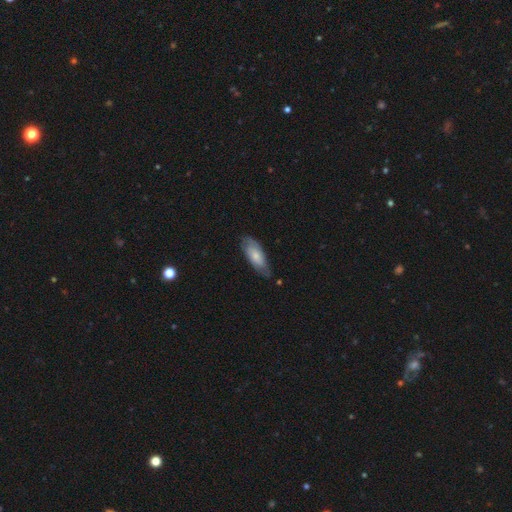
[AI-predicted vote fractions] smooth-or-featured: smooth: 64% | featured or disk: 31% | star or artifact: 6%
  how-rounded: in between: 77% | cigar-shaped: 21% | round: 2%
  merging: none: 68% | minor disturbance: 25% | major disturbance: 5% | merger: 2%